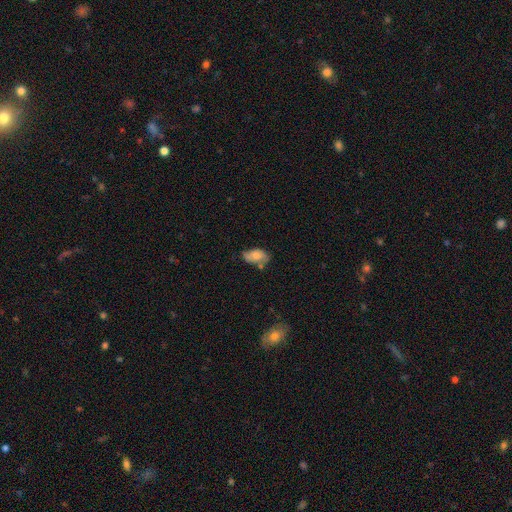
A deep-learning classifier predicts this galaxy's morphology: This is likely a smooth galaxy (70%). How rounded: clearly in between (92%). Merging: possibly none (48%).